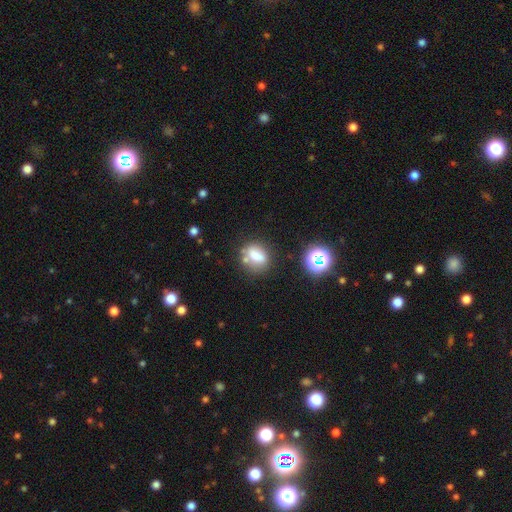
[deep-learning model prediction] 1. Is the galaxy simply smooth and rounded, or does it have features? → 68% smooth, 18% featured or disk, 13% star or artifact.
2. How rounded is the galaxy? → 56% in between, 38% round, 5% cigar-shaped.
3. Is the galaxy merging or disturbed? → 56% none, 21% minor disturbance, 14% merger, 8% major disturbance.